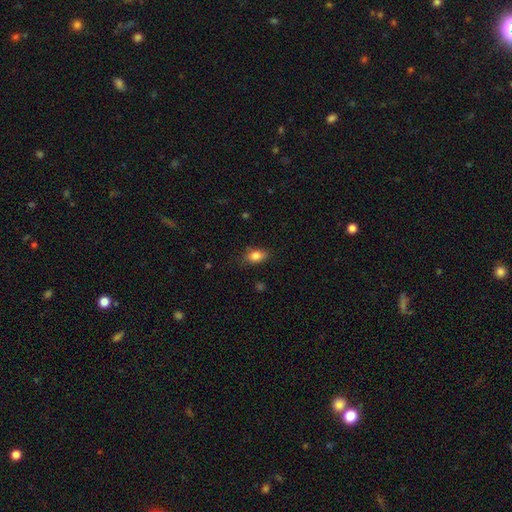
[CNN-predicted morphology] A smooth galaxy with no disk features (84%) that is in between round and cigar-shaped (84%). Merging: none (80%).